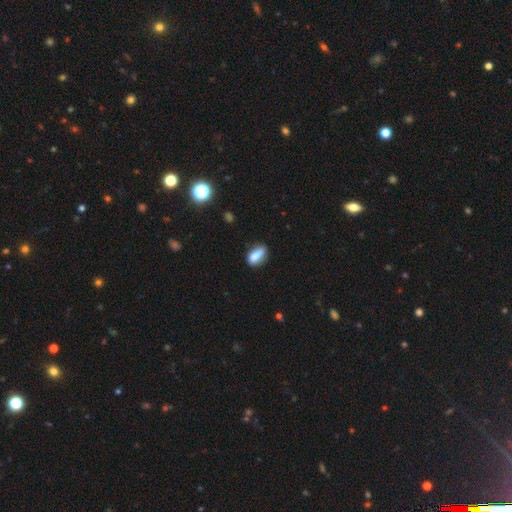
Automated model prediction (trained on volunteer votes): This appears to be a smooth galaxy with no disk features (80%) that is in between round and cigar-shaped (78%). Merging: none (69%).